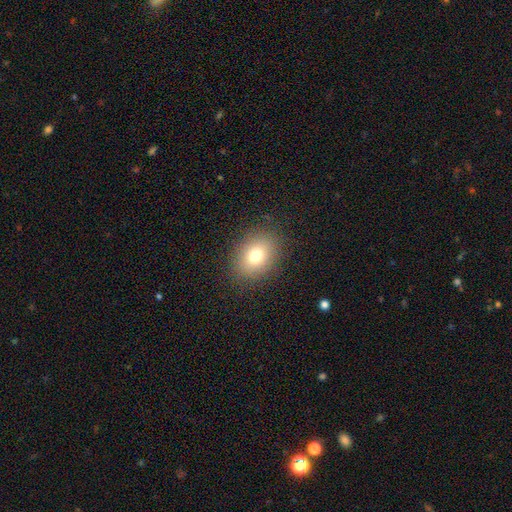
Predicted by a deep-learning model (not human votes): smooth-or-featured: smooth: 76% | star or artifact: 12% | featured or disk: 12%
  how-rounded: in between: 64% | round: 35% | cigar-shaped: 1%
  merging: none: 86% | minor disturbance: 9% | major disturbance: 4% | merger: 1%